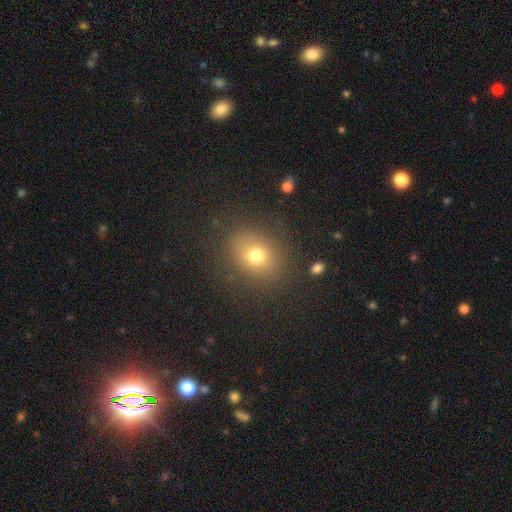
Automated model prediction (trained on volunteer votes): Morphology: type=smooth (72%); roundness=round (61%); merging=none (80%).